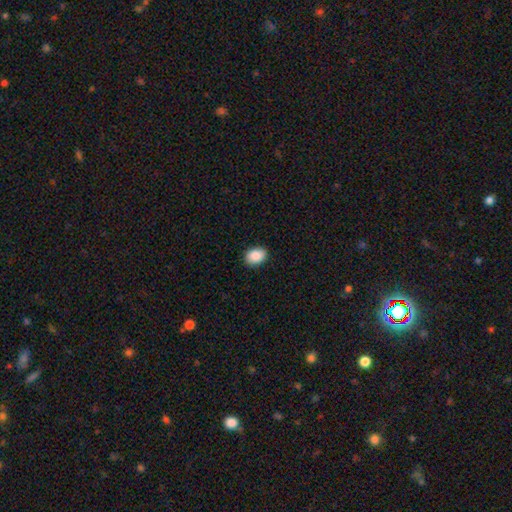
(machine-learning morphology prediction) Smooth or featured? smooth (89%)
How rounded? in between (70%)
Merging? none (89%)